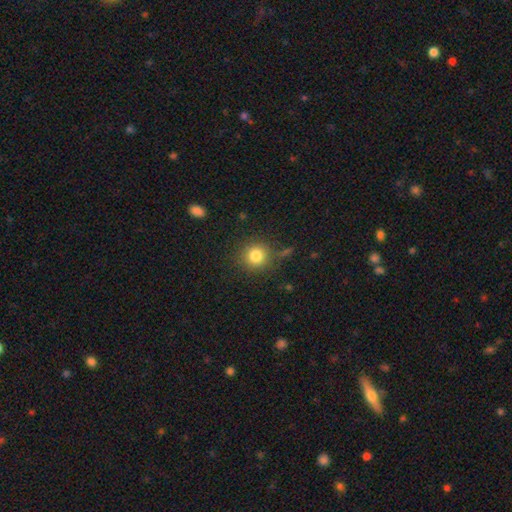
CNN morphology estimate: Smooth or featured?
  - smooth: 82% *
  - star or artifact: 12%
  - featured or disk: 7%
How rounded?
  - round: 91% *
  - in between: 8%
  - cigar-shaped: 1%
Merging?
  - none: 83% *
  - minor disturbance: 10%
  - major disturbance: 4%
  - merger: 3%